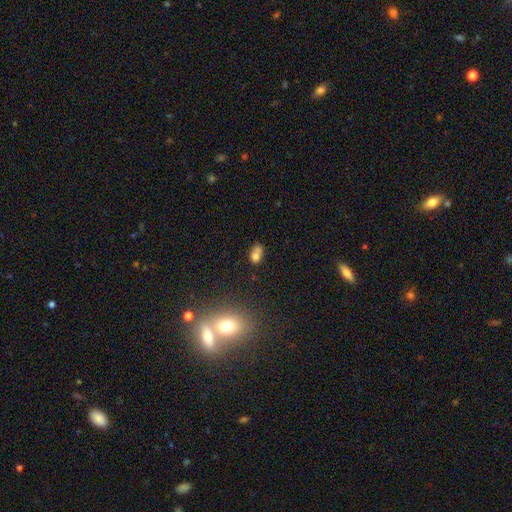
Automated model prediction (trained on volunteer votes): The model was most divided on "merging": none: 35%, merger: 34%, minor disturbance: 20%, major disturbance: 11%. More confident: smooth or featured — smooth (72%); how rounded — in between (70%).